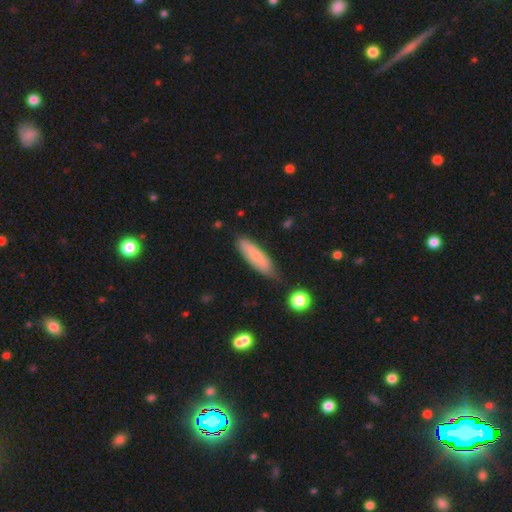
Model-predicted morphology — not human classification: This appears to be a smooth galaxy with no disk features (73%) that is cigar-shaped (65%). Merging: none (72%).